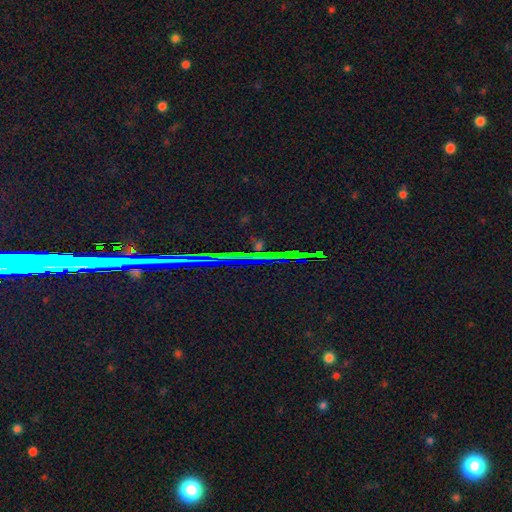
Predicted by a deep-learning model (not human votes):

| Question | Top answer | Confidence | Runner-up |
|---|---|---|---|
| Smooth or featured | star or artifact | 81% | featured or disk (10%) |